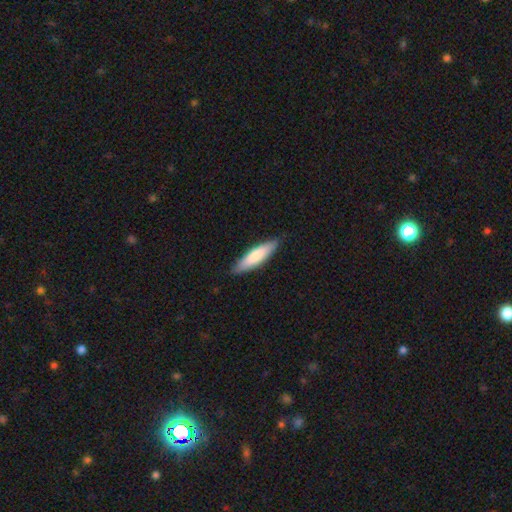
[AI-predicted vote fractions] Morphology: type=smooth (78%); roundness=cigar-shaped (70%); merging=none (86%).